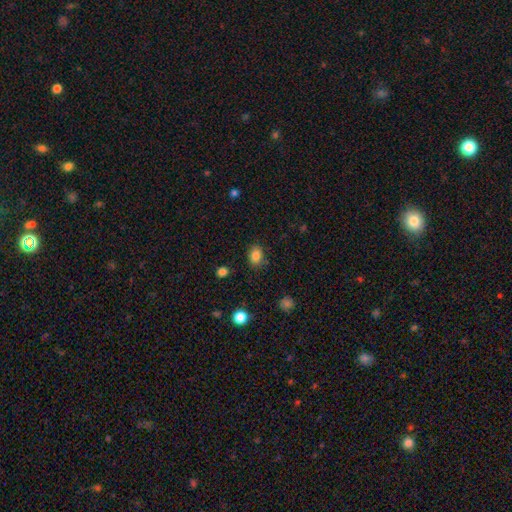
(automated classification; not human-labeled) Morphology: type=smooth (85%); roundness=in between (71%); merging=none (83%).